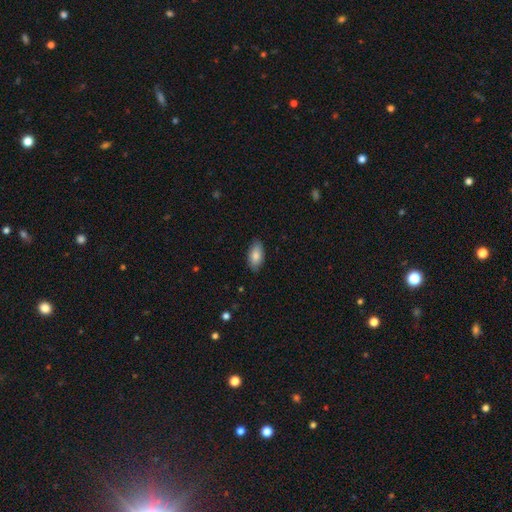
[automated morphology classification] A smooth galaxy with no disk features (84%) that is in between round and cigar-shaped (93%).

Vote fractions:
- Smooth or featured? smooth: 84% / featured or disk: 10% / star or artifact: 6%
- How rounded? in between: 93% / cigar-shaped: 5% / round: 3%
- Merging? none: 85% / minor disturbance: 12% / major disturbance: 2% / merger: 1%